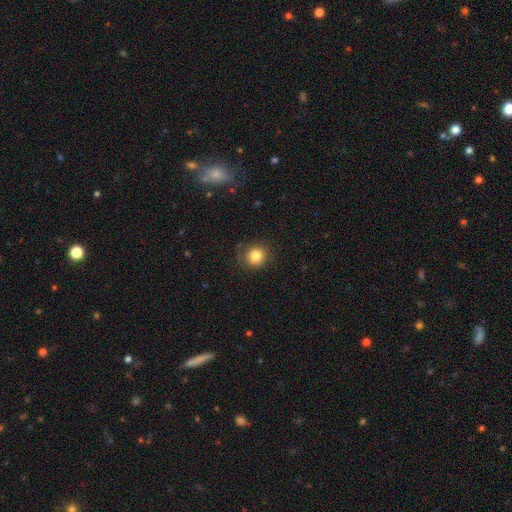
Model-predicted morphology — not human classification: Overall: smooth (82%). How rounded: round (87%). Merging: none (82%).